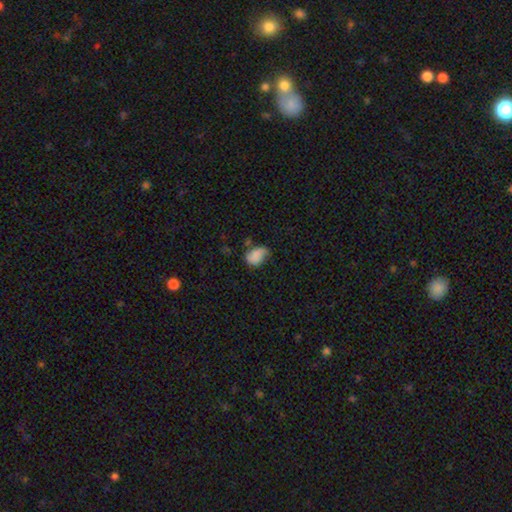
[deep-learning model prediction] Smooth or featured: smooth — 76% (featured or disk — 14%)
How rounded: in between — 82% (round — 17%)
Merging: none — 44% (minor disturbance — 36%)